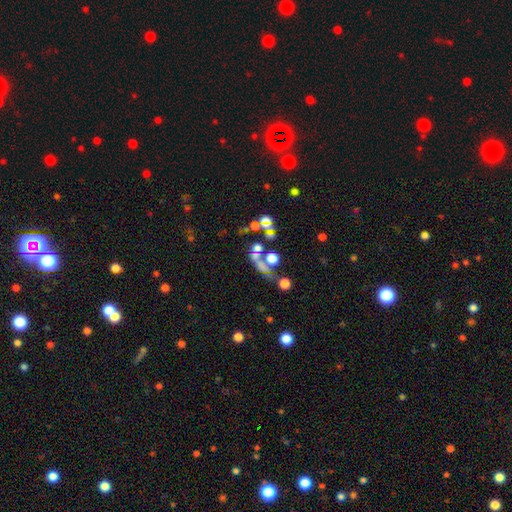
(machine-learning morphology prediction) This is possibly a smooth galaxy (46%). Merging: marginally none (38%).